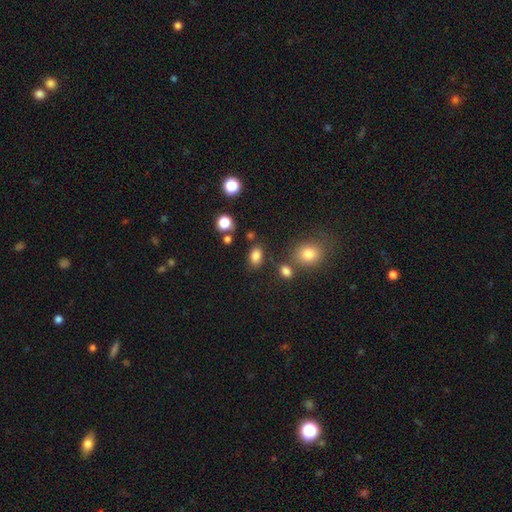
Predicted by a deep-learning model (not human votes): Smooth or featured?
  - smooth: 83% *
  - star or artifact: 12%
  - featured or disk: 5%
How rounded?
  - in between: 80% *
  - round: 19%
  - cigar-shaped: 1%
Merging?
  - none: 76% *
  - minor disturbance: 13%
  - merger: 7%
  - major disturbance: 4%